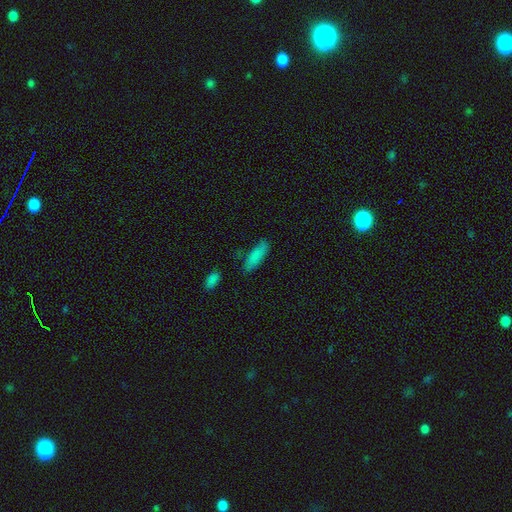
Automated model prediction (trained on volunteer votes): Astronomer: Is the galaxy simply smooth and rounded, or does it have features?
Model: smooth — 84%.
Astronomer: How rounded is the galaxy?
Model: cigar-shaped — 51% (runner-up: in between, 48%).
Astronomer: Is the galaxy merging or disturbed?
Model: none — 76%.